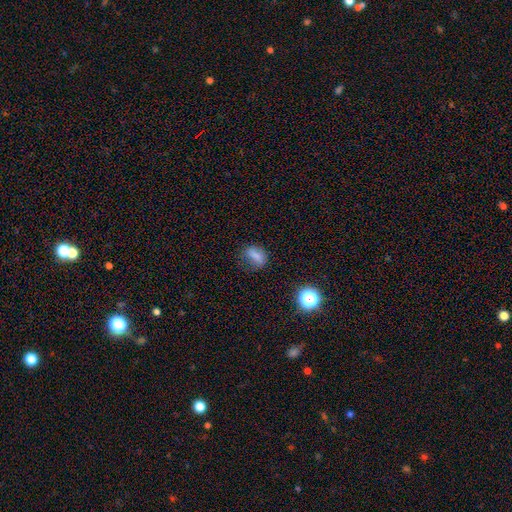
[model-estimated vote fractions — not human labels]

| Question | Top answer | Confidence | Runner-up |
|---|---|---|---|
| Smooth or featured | smooth | 74% | star or artifact (15%) |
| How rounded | in between | 71% | round (21%) |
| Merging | none | 58% | minor disturbance (26%) |